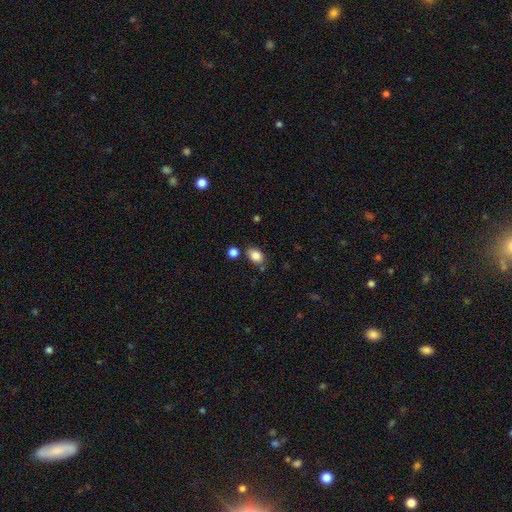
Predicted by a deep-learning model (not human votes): Smooth or featured? smooth (85%)
How rounded? in between (75%)
Merging? none (72%)